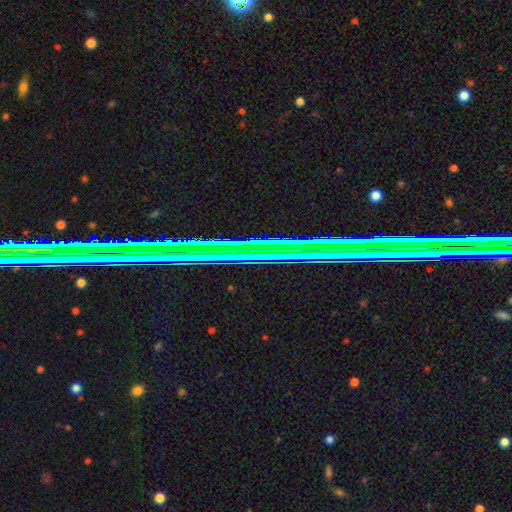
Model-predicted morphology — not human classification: This is likely a star or artifact rather than a galaxy (79%).